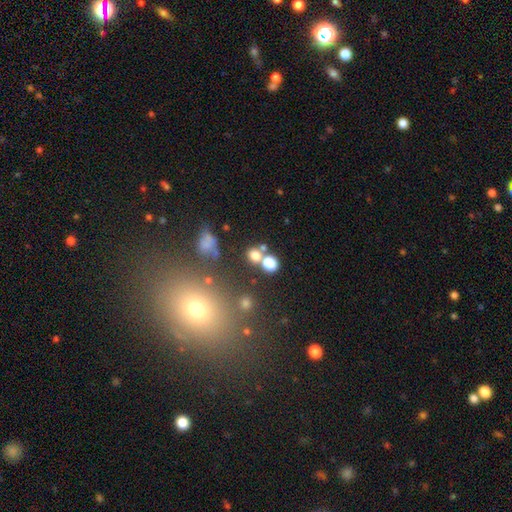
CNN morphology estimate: Q: Smooth or featured?
A: smooth (69%); runner-up: star or artifact (20%)
Q: How rounded?
A: round (75%); runner-up: in between (23%)
Q: Merging?
A: none (55%); runner-up: merger (31%)